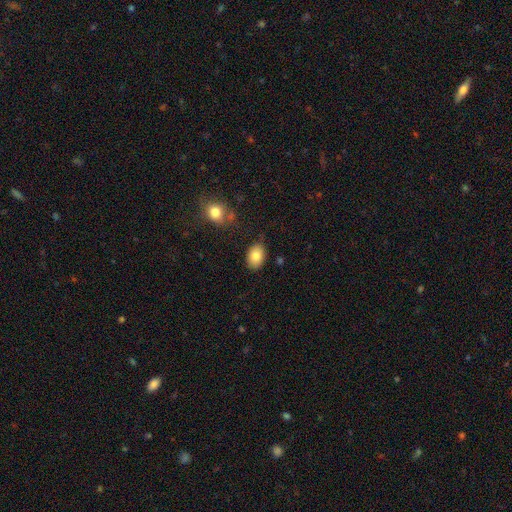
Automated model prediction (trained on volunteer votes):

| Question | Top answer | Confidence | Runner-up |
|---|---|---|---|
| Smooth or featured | smooth | 83% | featured or disk (9%) |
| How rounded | in between | 82% | round (17%) |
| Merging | none | 82% | minor disturbance (13%) |